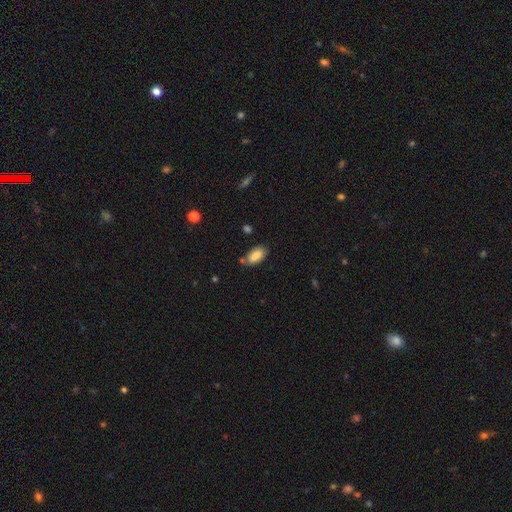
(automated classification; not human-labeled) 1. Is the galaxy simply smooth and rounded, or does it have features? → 84% smooth, 8% featured or disk, 7% star or artifact.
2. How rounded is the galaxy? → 92% in between, 6% cigar-shaped, 2% round.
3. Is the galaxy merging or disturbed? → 72% none, 18% minor disturbance, 7% merger, 4% major disturbance.